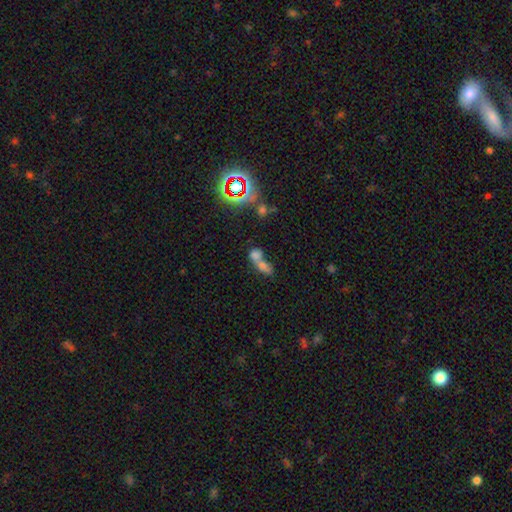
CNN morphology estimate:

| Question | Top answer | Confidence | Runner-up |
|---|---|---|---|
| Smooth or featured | smooth | 62% | star or artifact (20%) |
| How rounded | in between | 63% | round (29%) |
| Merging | merger | 70% | none (18%) |